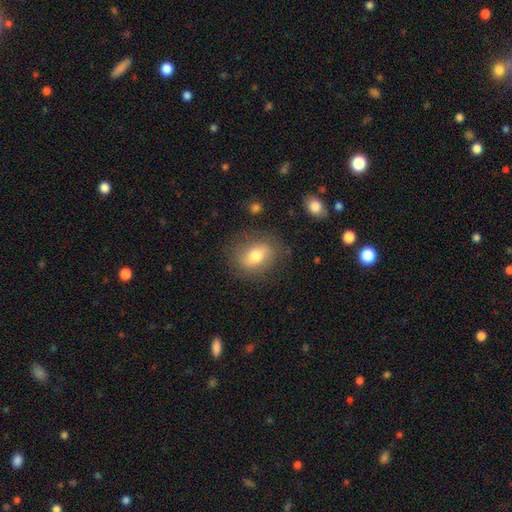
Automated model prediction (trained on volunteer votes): This appears to be a smooth galaxy with no disk features (68%) that is in between round and cigar-shaped (67%). Merging: none (79%).